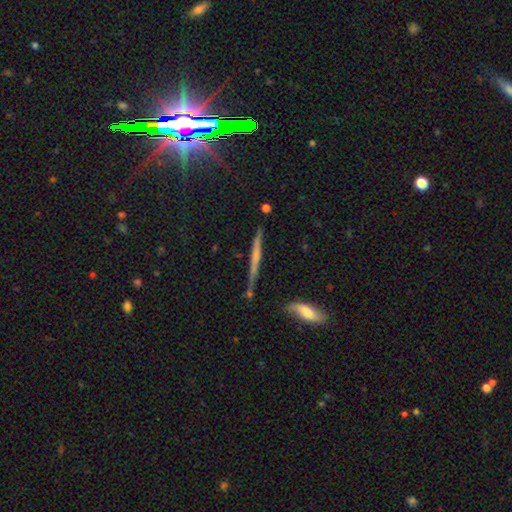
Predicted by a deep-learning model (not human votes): The model was most divided on "smooth or featured": featured or disk: 56%, smooth: 35%, star or artifact: 10%. More confident: edge-on disk — yes (95%); merging — none (79%); edge-on bulge — none (62%).